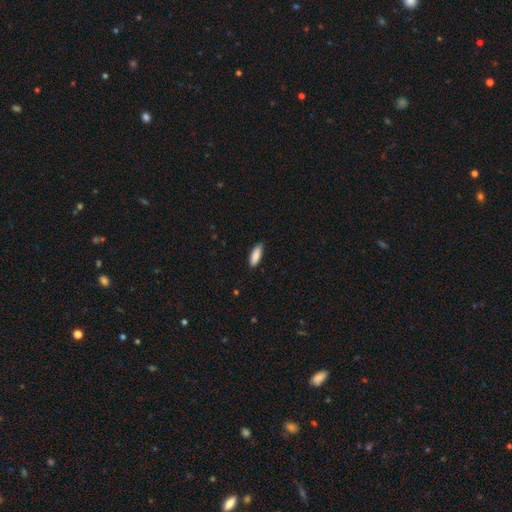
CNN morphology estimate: Smooth or featured: smooth — 87% (featured or disk — 7%)
How rounded: in between — 60% (cigar-shaped — 38%)
Merging: none — 85% (minor disturbance — 12%)